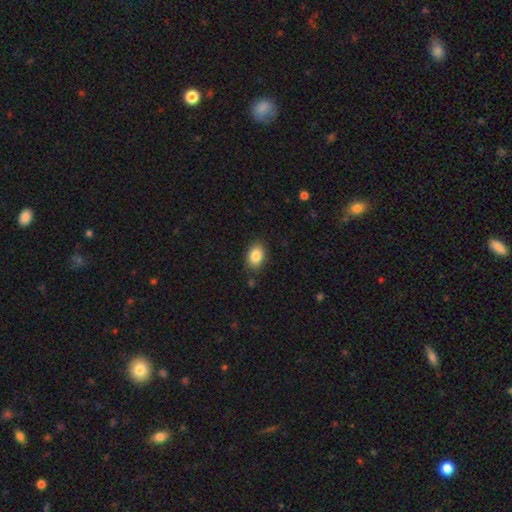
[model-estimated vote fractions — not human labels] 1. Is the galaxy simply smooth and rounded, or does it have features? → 86% smooth, 8% star or artifact, 6% featured or disk.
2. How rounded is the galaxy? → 82% in between, 17% round, 1% cigar-shaped.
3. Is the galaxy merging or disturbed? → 86% none, 10% minor disturbance, 3% major disturbance, 2% merger.